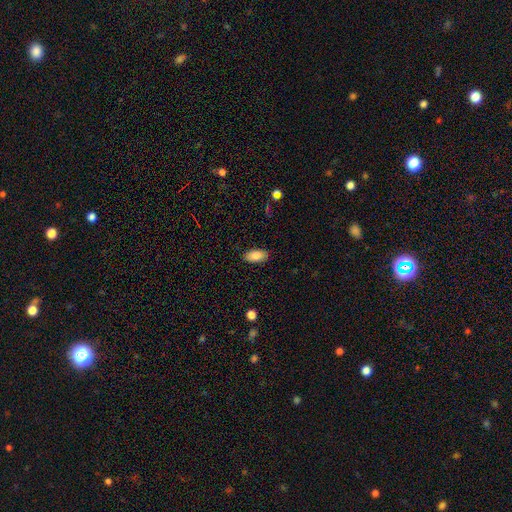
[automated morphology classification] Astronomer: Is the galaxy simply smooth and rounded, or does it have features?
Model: smooth — 86%.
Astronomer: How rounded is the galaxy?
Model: in between — 93%.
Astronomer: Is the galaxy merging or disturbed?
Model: none — 88%.